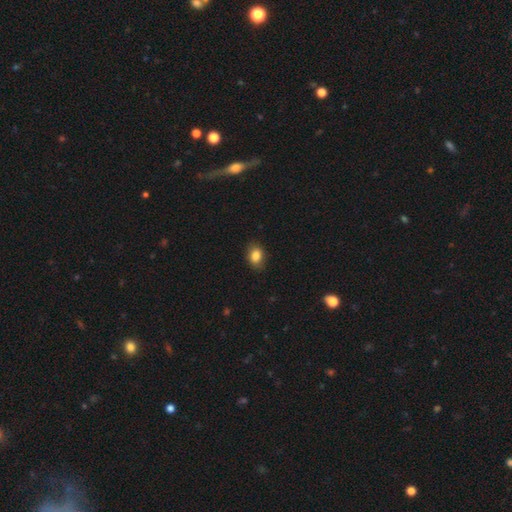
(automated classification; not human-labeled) The model was most divided on "how rounded": in between: 68%, round: 31%, cigar-shaped: 1%. More confident: merging — none (85%); smooth or featured — smooth (85%).